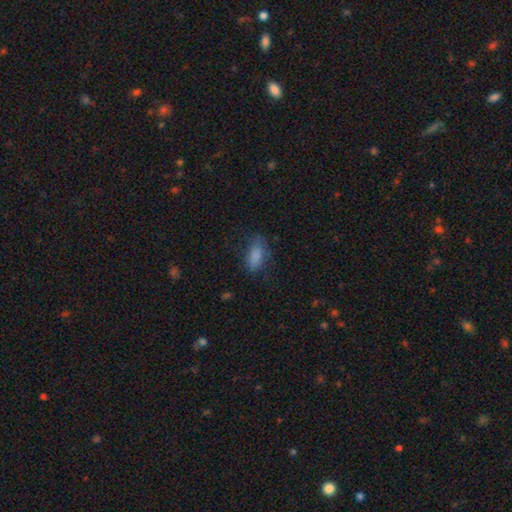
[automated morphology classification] Q: Smooth or featured?
A: smooth (81%); runner-up: featured or disk (10%)
Q: How rounded?
A: in between (86%); runner-up: cigar-shaped (10%)
Q: Merging?
A: none (59%); runner-up: minor disturbance (26%)